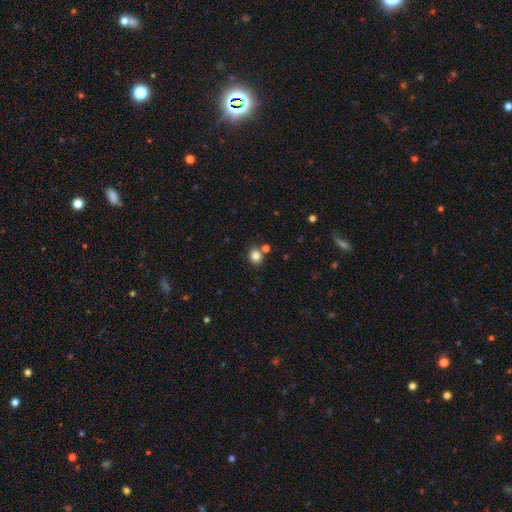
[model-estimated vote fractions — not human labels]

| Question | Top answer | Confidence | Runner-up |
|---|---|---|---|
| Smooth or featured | smooth | 82% | star or artifact (12%) |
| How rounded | round | 77% | in between (22%) |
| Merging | none | 76% | merger (13%) |